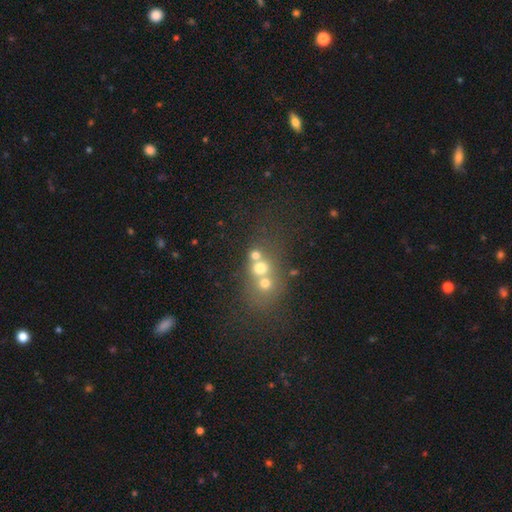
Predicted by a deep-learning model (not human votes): Q: Smooth or featured?
A: smooth (61%); runner-up: featured or disk (20%)
Q: How rounded?
A: round (76%); runner-up: in between (23%)
Q: Merging?
A: merger (54%); runner-up: none (34%)